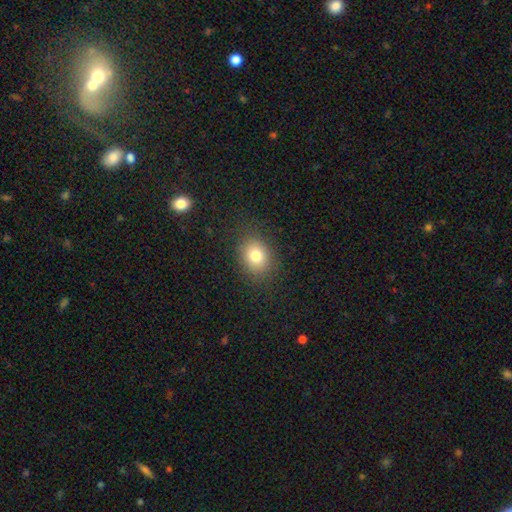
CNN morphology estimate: Overall: smooth (78%). How rounded: round (55%; in between 44%). Merging: none (85%).